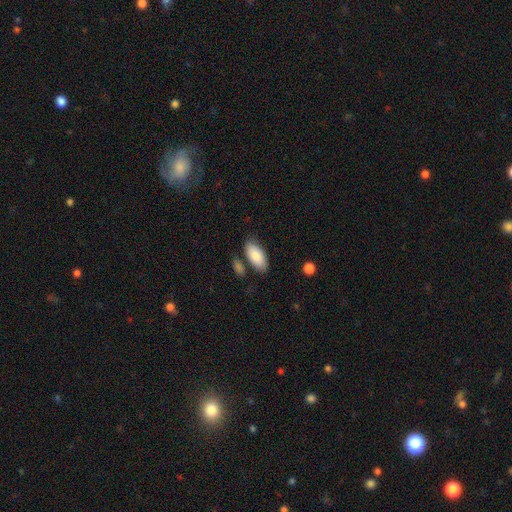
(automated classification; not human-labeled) Smooth or featured? smooth (86%)
How rounded? in between (92%)
Merging? none (75%)